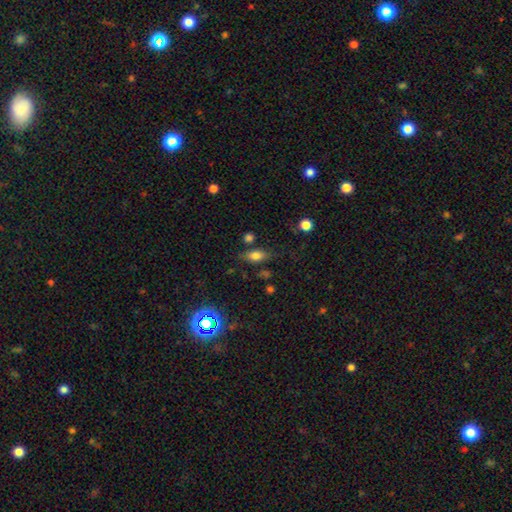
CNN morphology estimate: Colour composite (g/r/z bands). It shows a smooth galaxy with no disk features (73%) that is in between round and cigar-shaped (80%). Merging: none (72%).